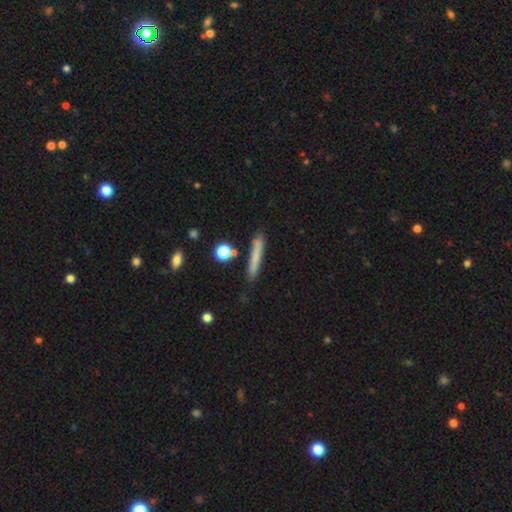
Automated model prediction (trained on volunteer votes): smooth-or-featured: smooth: 72% | featured or disk: 20% | star or artifact: 8%
  how-rounded: cigar-shaped: 94% | in between: 4% | round: 2%
  merging: none: 83% | minor disturbance: 11% | merger: 4% | major disturbance: 2%